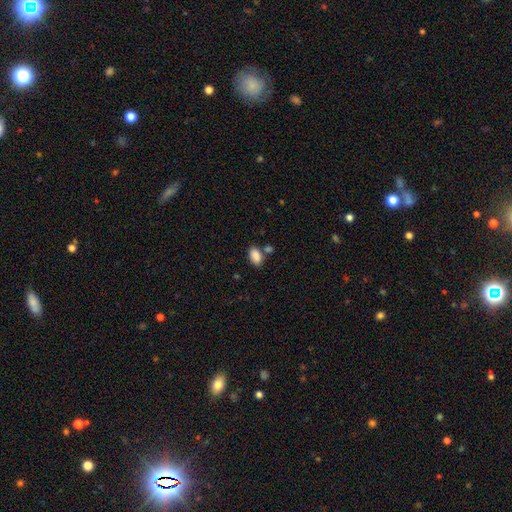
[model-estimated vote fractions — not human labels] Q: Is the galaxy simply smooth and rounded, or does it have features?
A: smooth — 88%.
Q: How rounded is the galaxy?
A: in between — 92%.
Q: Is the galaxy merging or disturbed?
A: none — 68%.